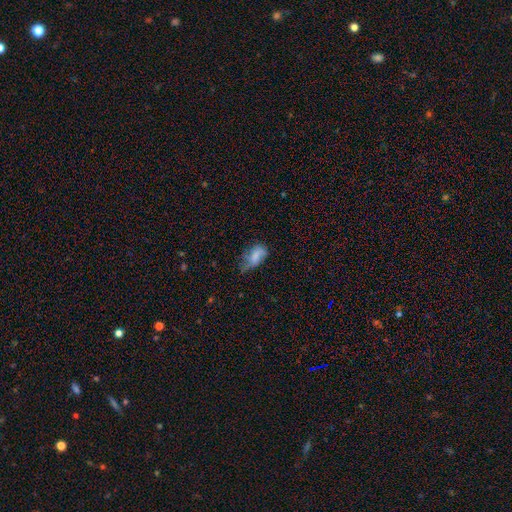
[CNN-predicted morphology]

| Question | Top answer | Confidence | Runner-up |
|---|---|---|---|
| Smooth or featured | smooth | 69% | featured or disk (21%) |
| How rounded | in between | 89% | round (7%) |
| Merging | minor disturbance | 39% | none (33%) |